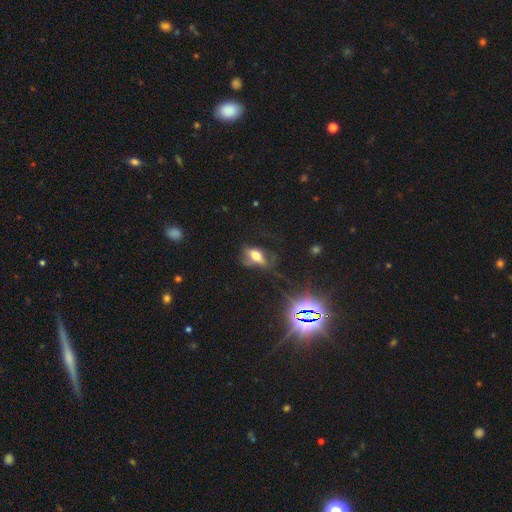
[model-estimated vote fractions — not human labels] This is possibly a smooth galaxy (50%). How rounded: clearly in between (82%). Merging: marginally none (40%).